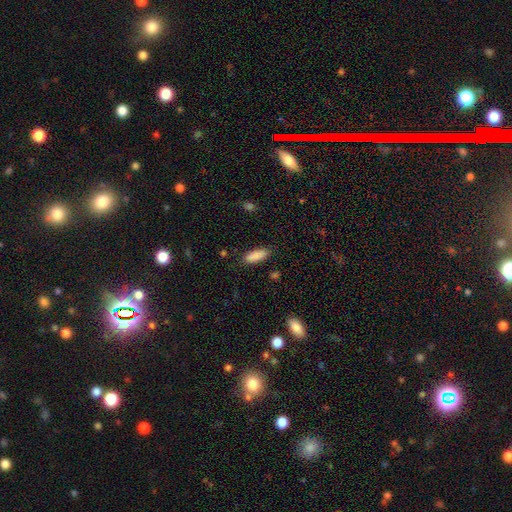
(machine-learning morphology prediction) Q: Smooth or featured?
A: smooth (88%); runner-up: star or artifact (7%)
Q: How rounded?
A: in between (67%); runner-up: cigar-shaped (31%)
Q: Merging?
A: none (85%); runner-up: minor disturbance (11%)